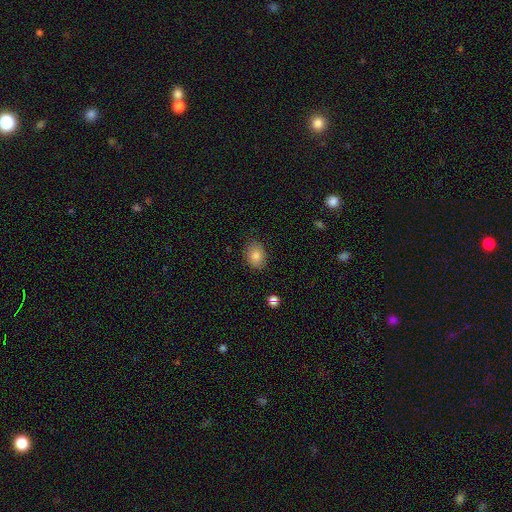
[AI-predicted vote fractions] Smooth or featured? Predicted: smooth (p=0.84). How rounded? Predicted: in between (p=0.66). Merging? Predicted: none (p=0.82).